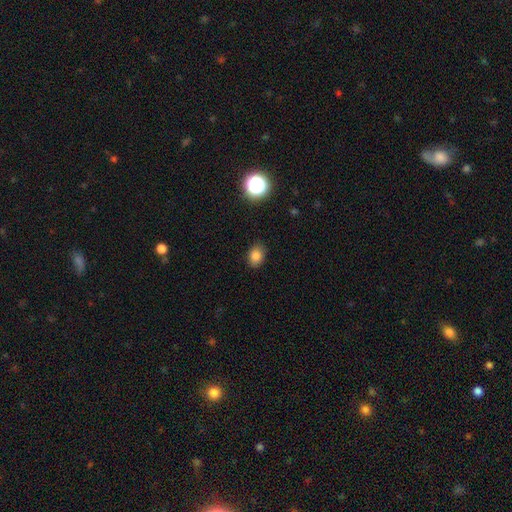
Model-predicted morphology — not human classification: smooth_or_featured: smooth (p=0.81) [alt: star or artifact p=0.13]
how_rounded: in between (p=0.64) [alt: round p=0.35]
merging: none (p=0.86) [alt: minor disturbance p=0.11]